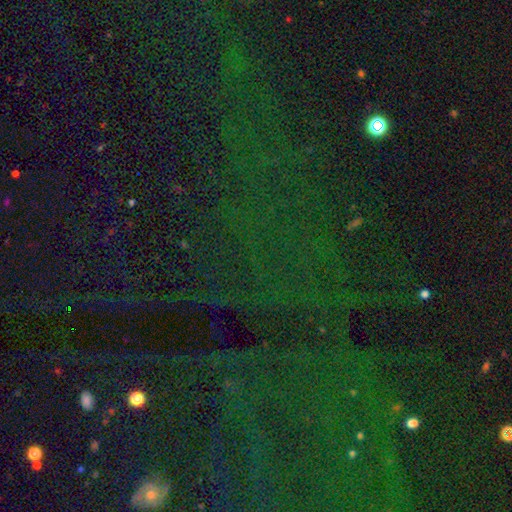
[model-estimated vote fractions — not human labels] A star or artifact, not a galaxy (82%).